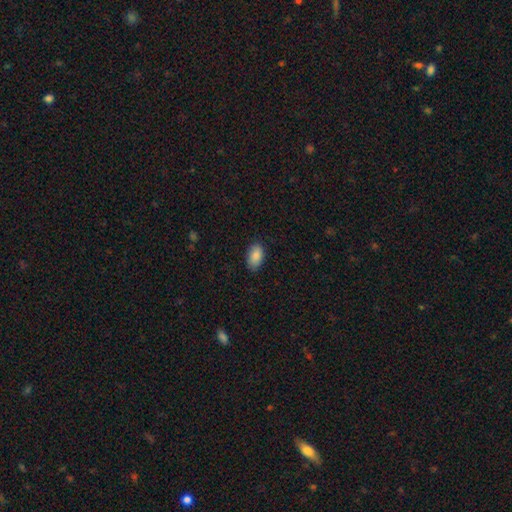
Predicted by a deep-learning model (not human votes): Smooth or featured? Predicted: smooth (p=0.89). How rounded? Predicted: in between (p=0.93). Merging? Predicted: none (p=0.85).